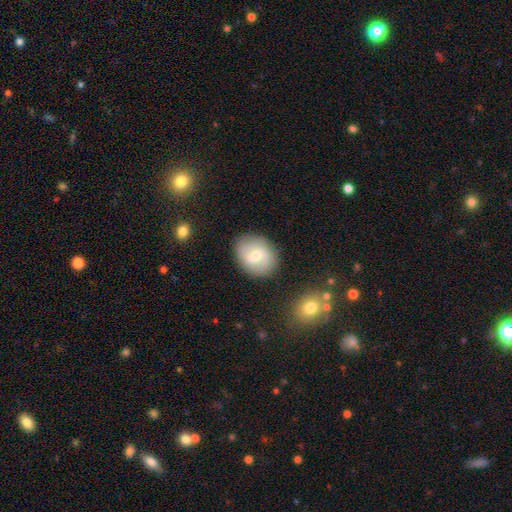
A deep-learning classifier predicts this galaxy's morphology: smooth-or-featured: featured or disk: 56% | smooth: 37% | star or artifact: 7%
  disk-edge-on: no: 96% | yes: 4%
    bar: weak: 56% | no: 28% | strong: 16%
    has-spiral-arms: yes: 78% | no: 22%
    bulge-size: moderate: 55% | small: 41% | large: 3% | none: 1% | dominant: 1%
  merging: none: 83% | minor disturbance: 11% | major disturbance: 3% | merger: 2%